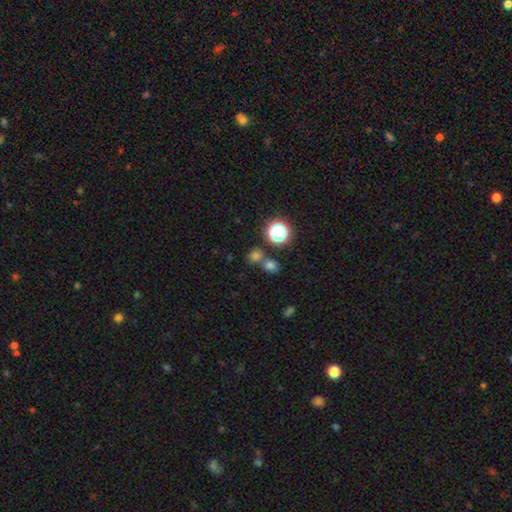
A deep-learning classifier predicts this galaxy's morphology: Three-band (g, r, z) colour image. It shows a smooth galaxy with no disk features (66%) that is round (78%). Merging: none (60%).